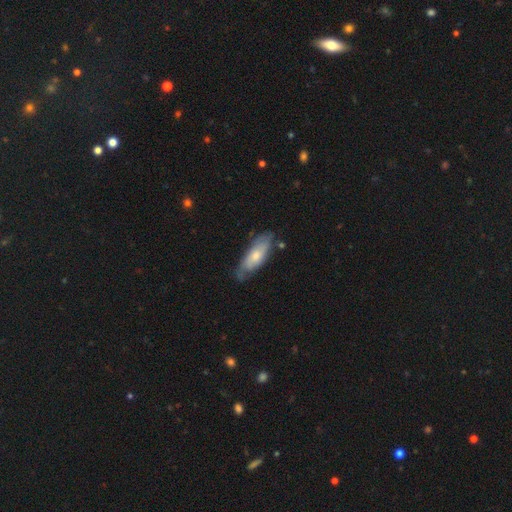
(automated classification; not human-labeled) smooth-or-featured: smooth: 54% | featured or disk: 40% | star or artifact: 6%
  how-rounded: in between: 66% | cigar-shaped: 32% | round: 2%
  merging: none: 65% | minor disturbance: 26% | major disturbance: 6% | merger: 3%